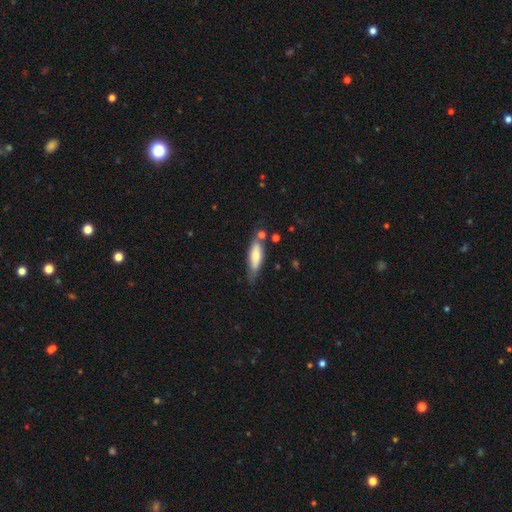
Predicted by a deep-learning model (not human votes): The model was most divided on "how rounded": cigar-shaped: 57%, in between: 41%, round: 2%. More confident: smooth or featured — smooth (68%); merging — none (60%).